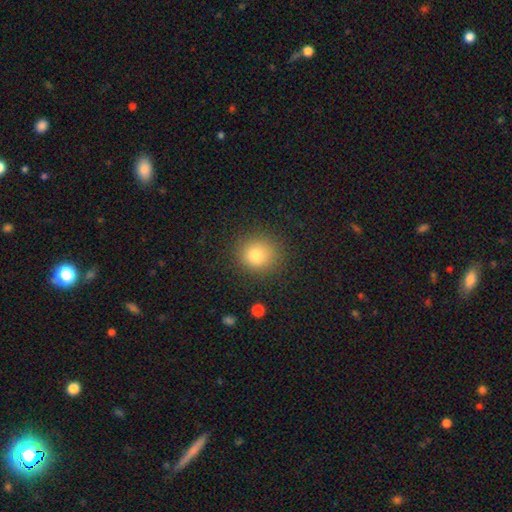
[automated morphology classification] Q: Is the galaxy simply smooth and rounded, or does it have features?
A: smooth — 80%.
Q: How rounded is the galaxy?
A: round — 85%.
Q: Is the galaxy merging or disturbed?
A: none — 84%.